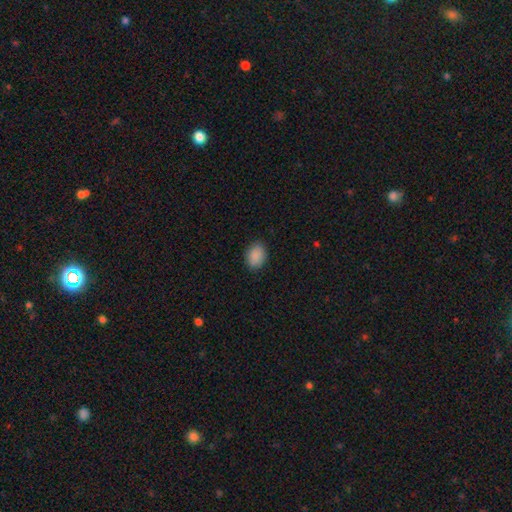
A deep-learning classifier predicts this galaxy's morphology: smooth-or-featured: smooth: 89% | star or artifact: 7% | featured or disk: 3%
  how-rounded: in between: 74% | round: 25% | cigar-shaped: 1%
  merging: none: 87% | minor disturbance: 10% | major disturbance: 2% | merger: 1%